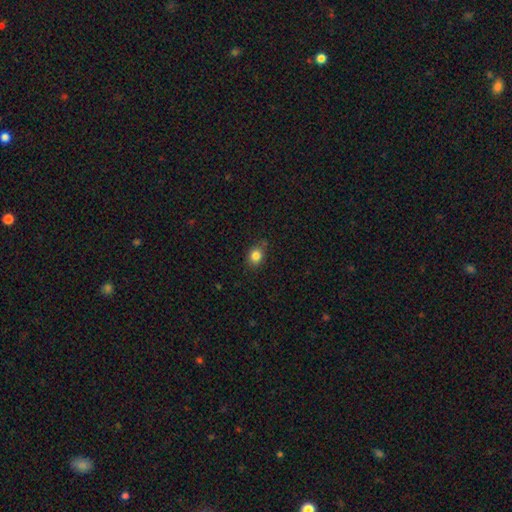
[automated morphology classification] smooth-or-featured: smooth: 84% | star or artifact: 11% | featured or disk: 5%
  how-rounded: round: 58% | in between: 41% | cigar-shaped: 1%
  merging: none: 79% | minor disturbance: 16% | major disturbance: 3% | merger: 2%